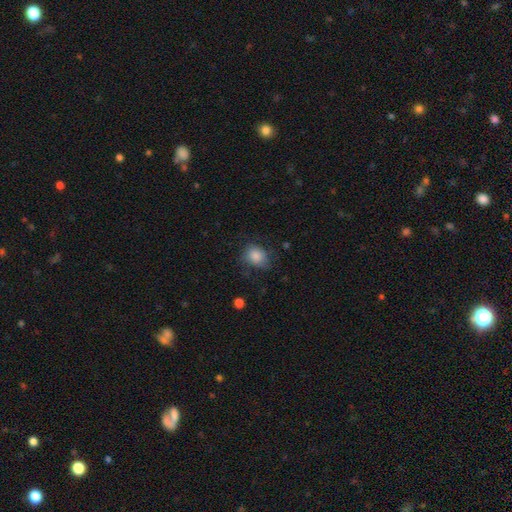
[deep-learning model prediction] A smooth galaxy with no disk features (82%) that is round (51%).

Vote fractions:
- Smooth or featured? smooth: 82% / star or artifact: 9% / featured or disk: 9%
- How rounded? round: 51% / in between: 48% / cigar-shaped: 1%
- Merging? none: 64% / minor disturbance: 25% / major disturbance: 9% / merger: 1%